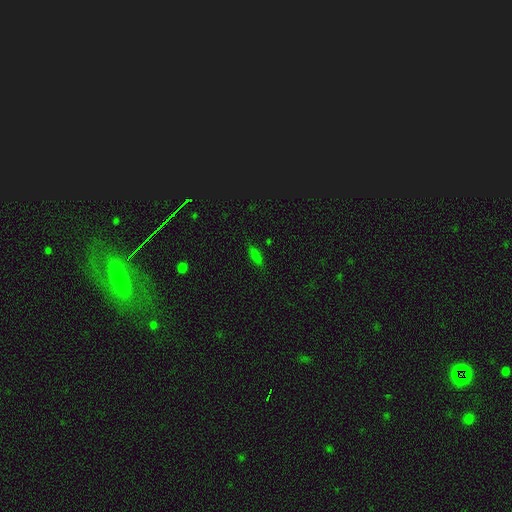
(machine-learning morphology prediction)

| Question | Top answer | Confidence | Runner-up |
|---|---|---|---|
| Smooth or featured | smooth | 75% | star or artifact (15%) |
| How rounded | cigar-shaped | 55% | in between (42%) |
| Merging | none | 83% | minor disturbance (13%) |